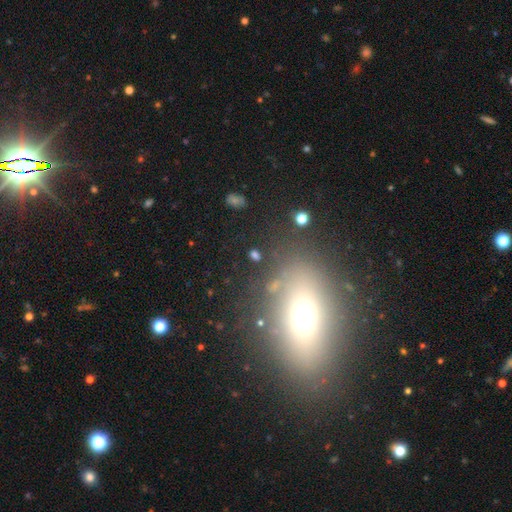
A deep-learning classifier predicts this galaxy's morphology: smooth-or-featured: smooth: 54% | star or artifact: 25% | featured or disk: 21%
  how-rounded: in between: 62% | round: 30% | cigar-shaped: 8%
  merging: none: 74% | minor disturbance: 12% | major disturbance: 8% | merger: 6%